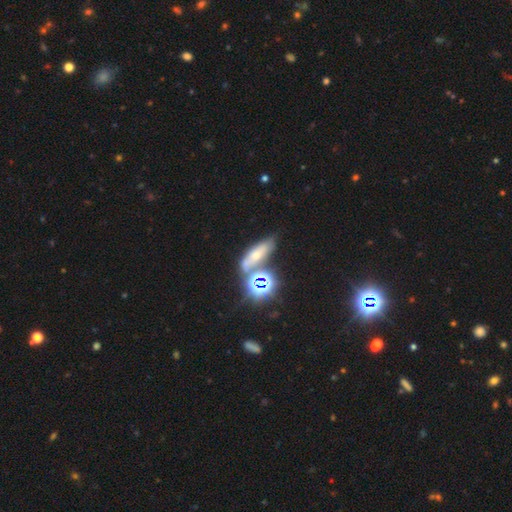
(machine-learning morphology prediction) Overall: smooth (42%; star or artifact 38%). Merging: none (52%; merger 25%).